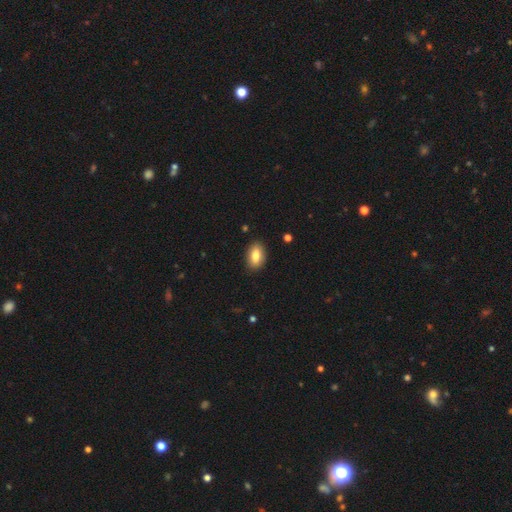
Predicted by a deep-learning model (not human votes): Smooth or featured: smooth — 82% (featured or disk — 10%)
How rounded: in between — 90% (round — 7%)
Merging: none — 88% (minor disturbance — 9%)